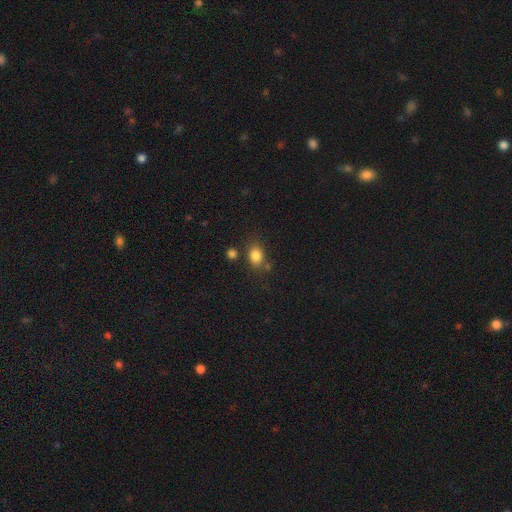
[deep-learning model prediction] A smooth galaxy with no disk features (83%) that is in between round and cigar-shaped (60%). Merging: none (69%).